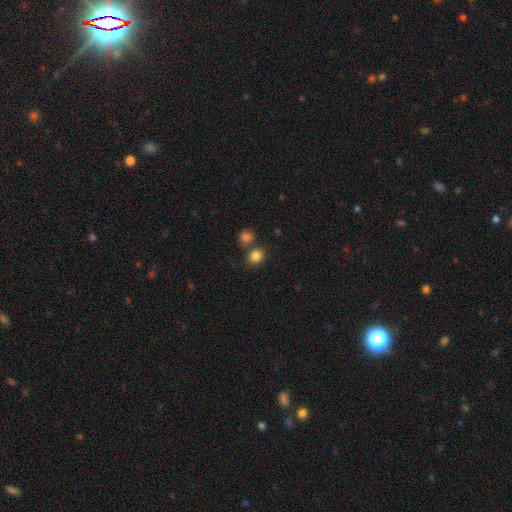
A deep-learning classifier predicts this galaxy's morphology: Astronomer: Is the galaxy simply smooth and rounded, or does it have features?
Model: smooth — 84%.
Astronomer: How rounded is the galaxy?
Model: round — 68%.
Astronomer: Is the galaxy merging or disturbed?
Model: none — 68%.